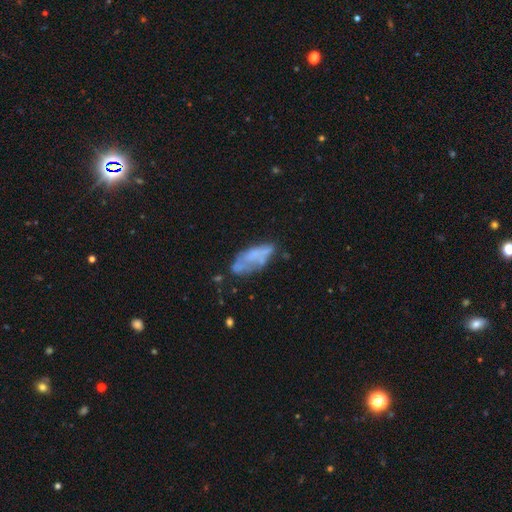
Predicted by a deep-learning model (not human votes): smooth_or_featured: featured or disk (p=0.46) [alt: smooth p=0.44]
merging: none (p=0.47) [alt: minor disturbance p=0.27]